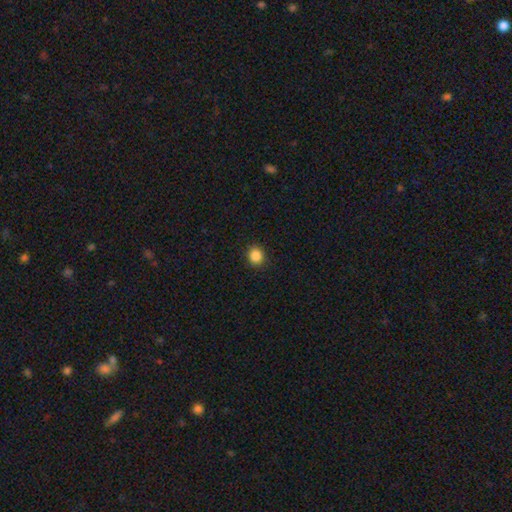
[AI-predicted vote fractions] Morphology: type=smooth (87%); roundness=round (78%); merging=none (91%).